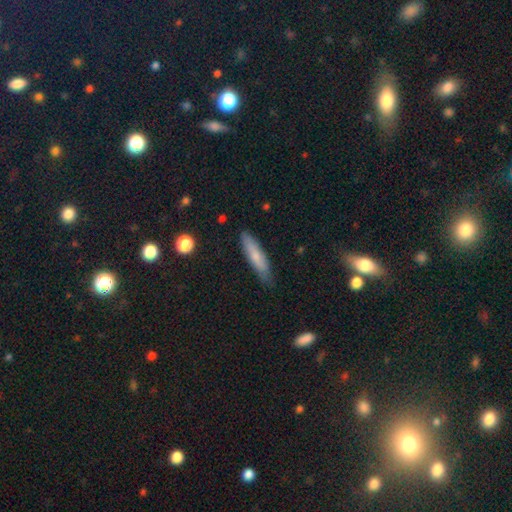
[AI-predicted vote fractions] Smooth or featured? Predicted: smooth (p=0.69). How rounded? Predicted: cigar-shaped (p=0.80). Merging? Predicted: none (p=0.81).